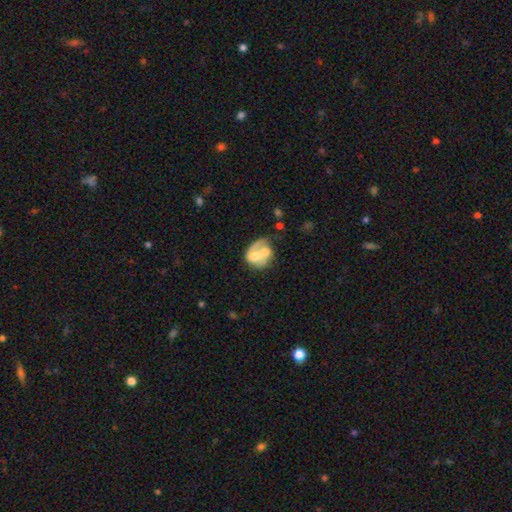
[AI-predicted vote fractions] Smooth or featured? featured or disk (59%)
Edge-on disk? no (97%)
Bar? no (58%)
Spiral arms? yes (62%)
Bulge size? moderate (56%)
Merging? merger (49%)